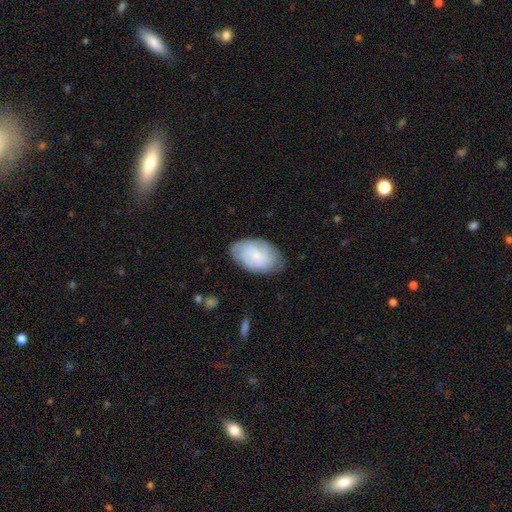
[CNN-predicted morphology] smooth-or-featured: smooth: 57% | featured or disk: 36% | star or artifact: 7%
  how-rounded: in between: 93% | round: 6% | cigar-shaped: 1%
  merging: none: 75% | minor disturbance: 20% | major disturbance: 4% | merger: 1%